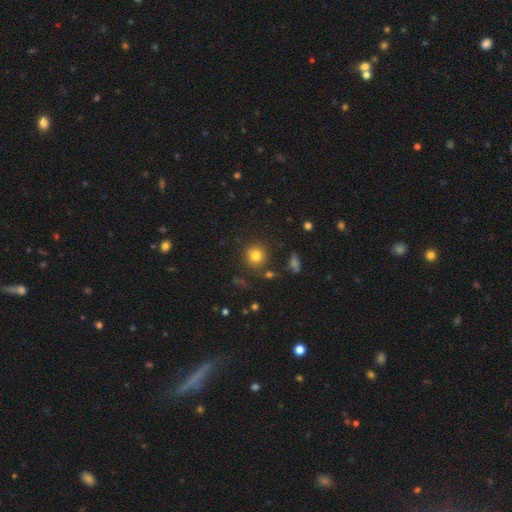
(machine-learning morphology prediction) smooth-or-featured: smooth: 80% | star or artifact: 12% | featured or disk: 8%
  how-rounded: round: 89% | in between: 10% | cigar-shaped: 1%
  merging: none: 84% | minor disturbance: 9% | merger: 4% | major disturbance: 3%